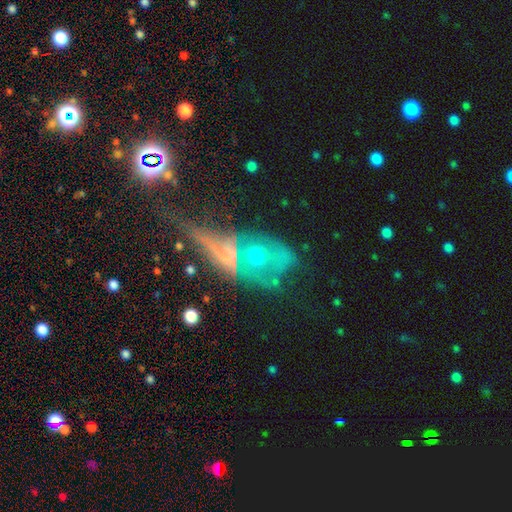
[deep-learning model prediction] Q: Smooth or featured?
A: featured or disk (46%); runner-up: star or artifact (28%)
Q: Merging?
A: merger (42%); runner-up: major disturbance (28%)